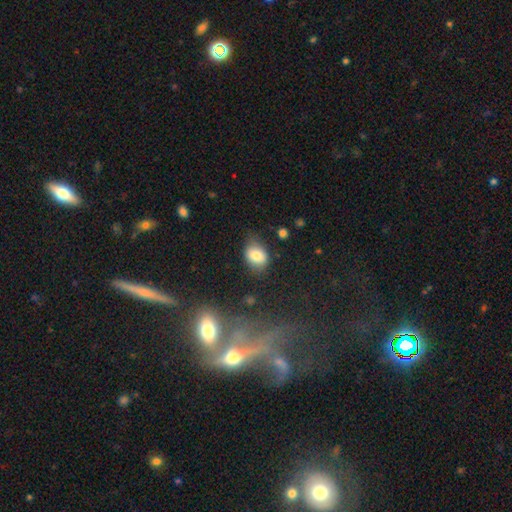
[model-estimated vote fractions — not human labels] This appears to be a smooth galaxy with no disk features (80%) that is in between round and cigar-shaped (64%). Merging: none (63%).